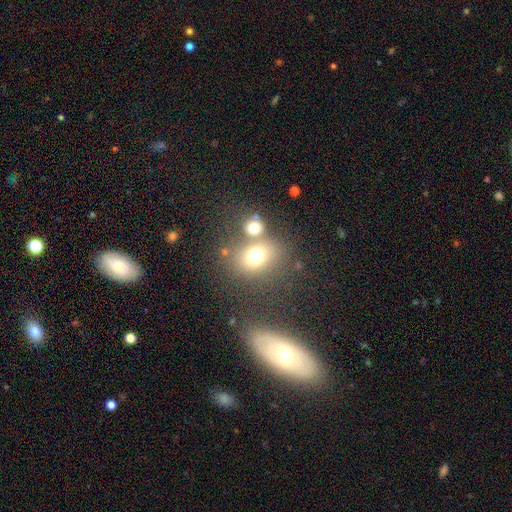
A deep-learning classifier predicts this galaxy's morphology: type=smooth (70%); roundness=round (57%); merging=none (52%).